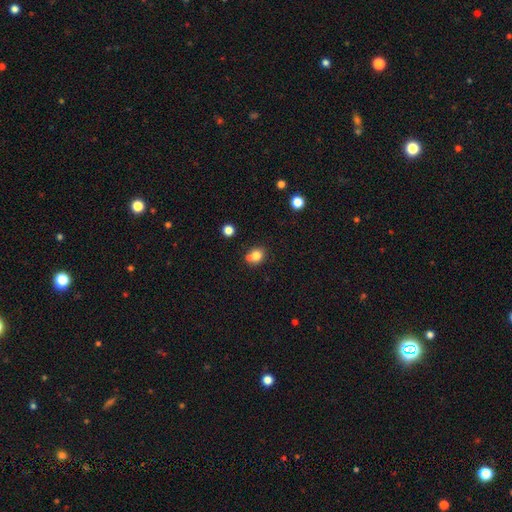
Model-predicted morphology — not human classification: Smooth or featured? Predicted: smooth (p=0.80). How rounded? Predicted: round (p=0.71). Merging? Predicted: none (p=0.55).